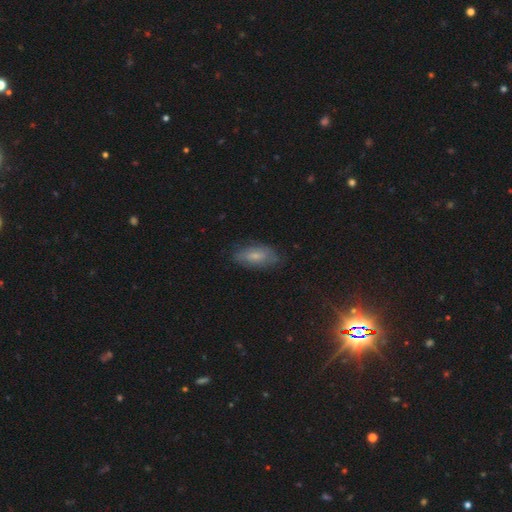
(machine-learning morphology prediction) Smooth or featured: smooth — 60% (featured or disk — 31%)
How rounded: in between — 83% (cigar-shaped — 14%)
Merging: none — 73% (minor disturbance — 21%)